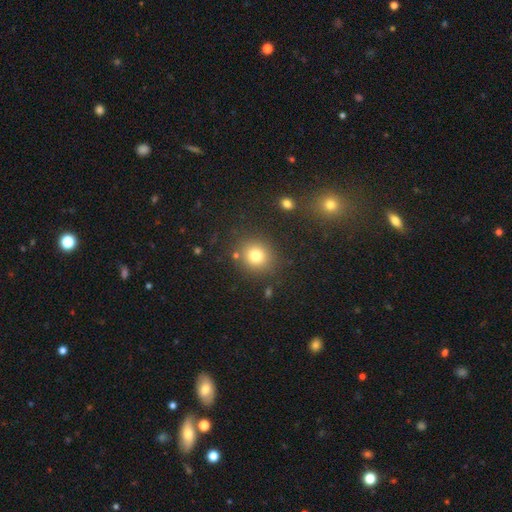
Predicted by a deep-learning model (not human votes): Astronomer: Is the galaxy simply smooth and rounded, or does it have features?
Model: smooth — 78%.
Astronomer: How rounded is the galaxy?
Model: round — 83%.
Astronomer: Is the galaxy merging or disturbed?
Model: none — 84%.